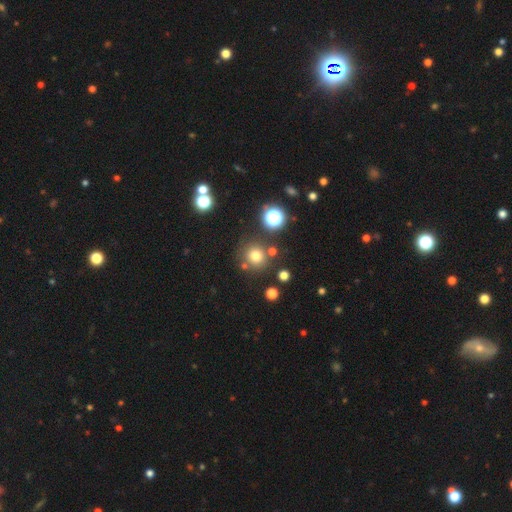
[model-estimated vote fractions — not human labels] Overall: smooth (73%). How rounded: round (92%). Merging: none (79%).